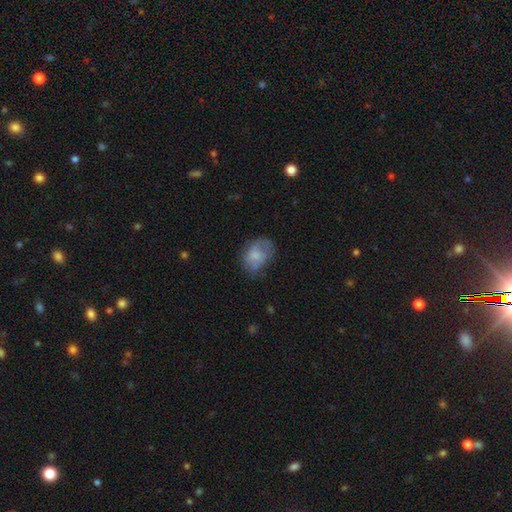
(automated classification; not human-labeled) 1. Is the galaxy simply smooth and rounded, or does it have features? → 63% smooth, 28% featured or disk, 8% star or artifact.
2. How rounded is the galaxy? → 73% in between, 26% round, 1% cigar-shaped.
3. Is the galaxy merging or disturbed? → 47% none, 30% minor disturbance, 19% major disturbance, 4% merger.